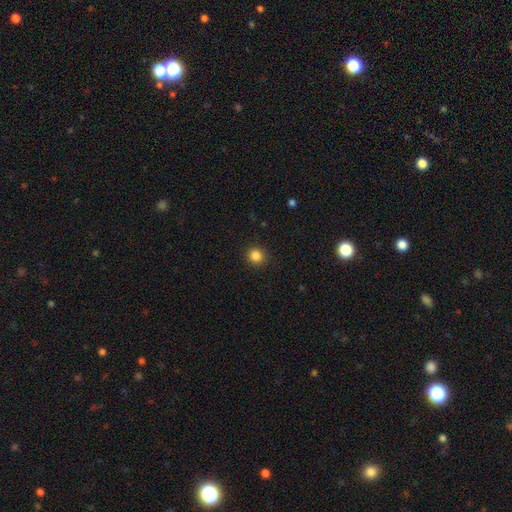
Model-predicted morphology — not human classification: Smooth or featured? Predicted: smooth (p=0.85). How rounded? Predicted: round (p=0.88). Merging? Predicted: none (p=0.91).